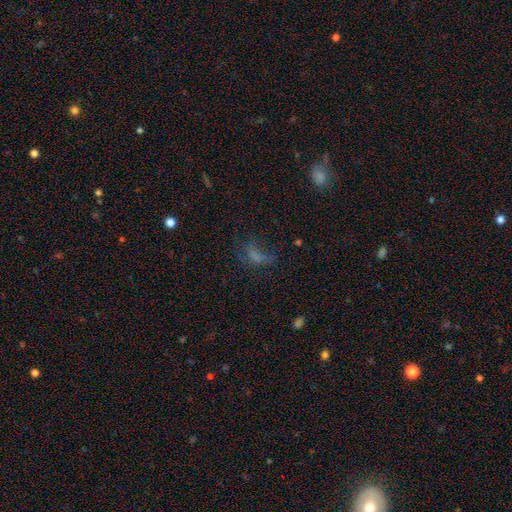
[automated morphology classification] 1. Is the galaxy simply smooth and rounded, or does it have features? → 51% smooth, 25% star or artifact, 24% featured or disk.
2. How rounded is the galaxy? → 76% in between, 13% round, 12% cigar-shaped.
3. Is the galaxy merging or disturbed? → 41% major disturbance, 35% none, 19% minor disturbance, 5% merger.